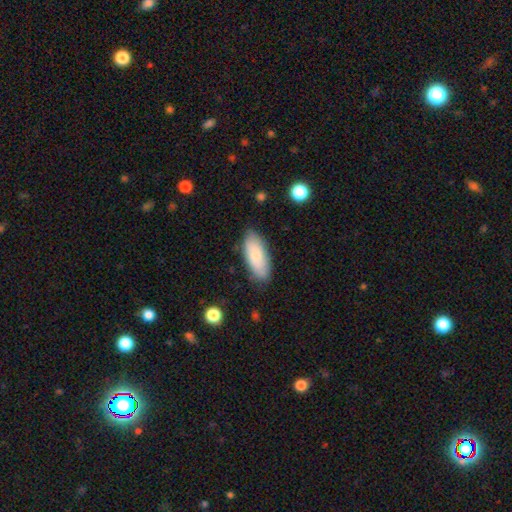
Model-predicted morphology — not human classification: Overall: smooth (75%). How rounded: in between (81%). Merging: none (80%).